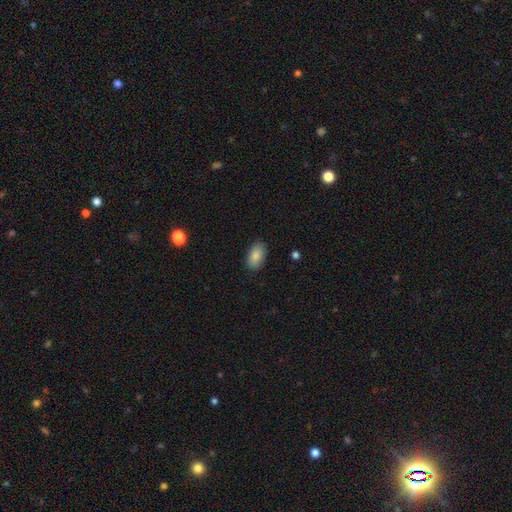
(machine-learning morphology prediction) Smooth or featured? Predicted: smooth (p=0.87). How rounded? Predicted: in between (p=0.93). Merging? Predicted: none (p=0.87).